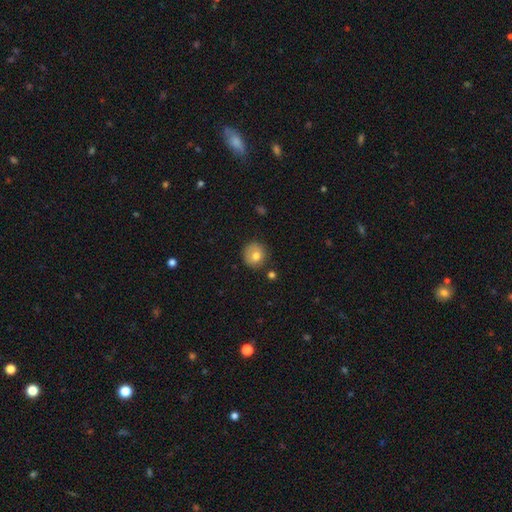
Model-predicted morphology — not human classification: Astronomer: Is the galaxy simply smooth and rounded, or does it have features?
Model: smooth — 76%.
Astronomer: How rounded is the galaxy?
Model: round — 91%.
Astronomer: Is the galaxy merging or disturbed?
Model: none — 80%.